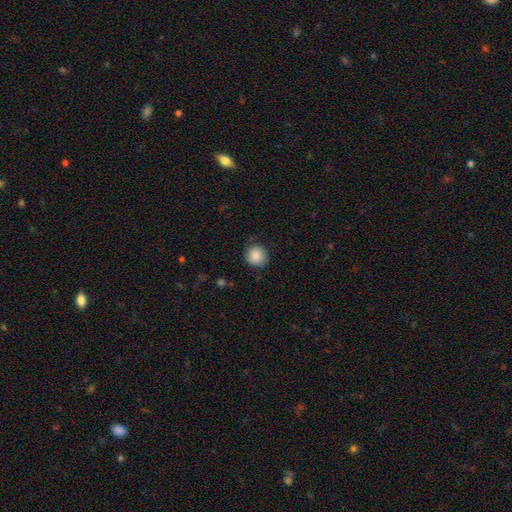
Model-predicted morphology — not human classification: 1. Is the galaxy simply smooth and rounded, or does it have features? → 85% smooth, 8% star or artifact, 7% featured or disk.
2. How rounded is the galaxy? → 92% round, 7% in between, 1% cigar-shaped.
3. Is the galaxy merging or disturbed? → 85% none, 11% minor disturbance, 3% major disturbance, 1% merger.